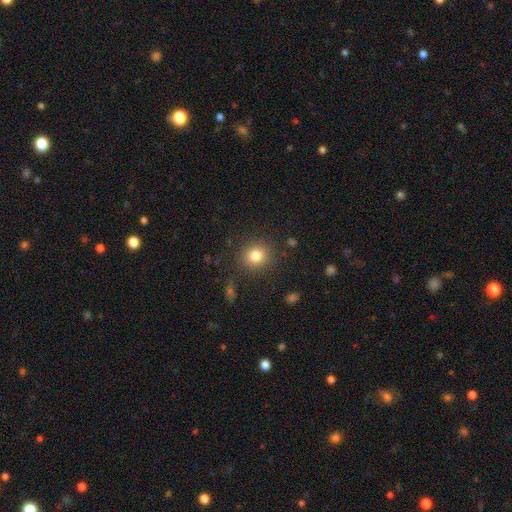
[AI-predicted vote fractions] Morphology: type=smooth (81%); roundness=round (84%); merging=none (88%).